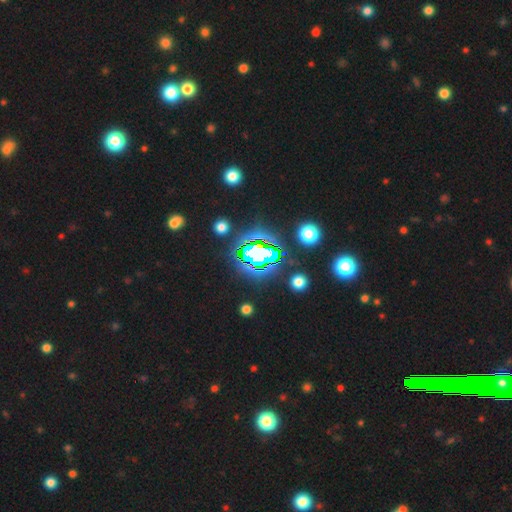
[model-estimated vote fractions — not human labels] Smooth or featured: star or artifact — 76% (smooth — 15%)